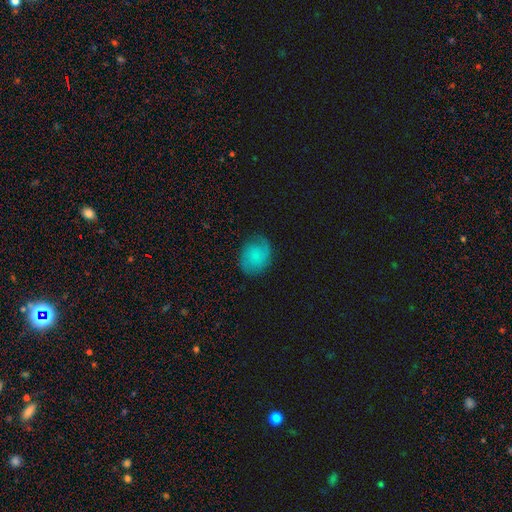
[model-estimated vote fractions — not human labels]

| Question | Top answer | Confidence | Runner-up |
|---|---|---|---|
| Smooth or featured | smooth | 56% | featured or disk (31%) |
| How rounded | round | 56% | in between (43%) |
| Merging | none | 75% | minor disturbance (18%) |